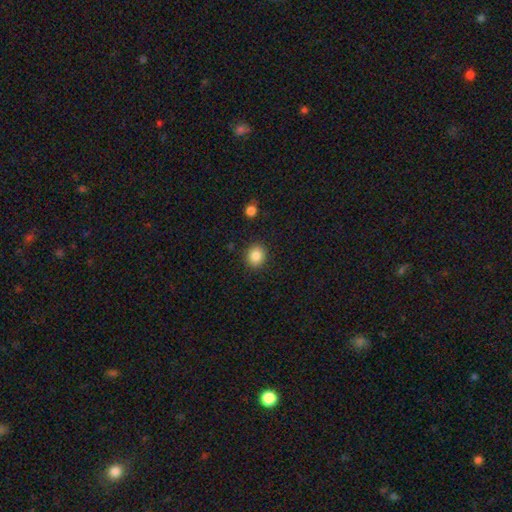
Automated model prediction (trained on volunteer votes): Smooth or featured: smooth — 87% (star or artifact — 9%)
How rounded: round — 76% (in between — 23%)
Merging: none — 89% (minor disturbance — 7%)